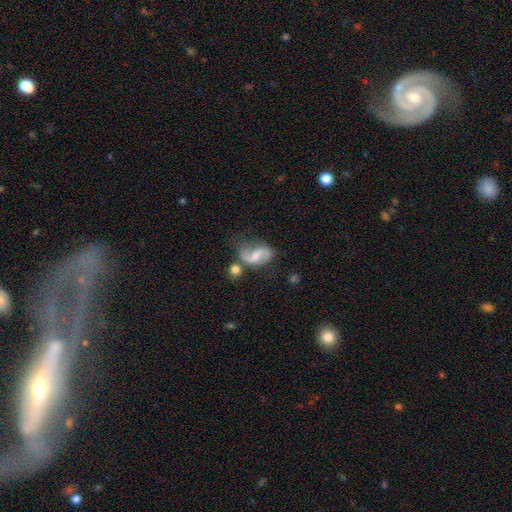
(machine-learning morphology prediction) Smooth or featured: featured or disk — 69% (smooth — 23%)
Edge-on disk: no — 97% (yes — 3%)
Bar: weak — 47% (no — 35%)
Spiral arms: yes — 90% (no — 10%)
Spiral winding: loose — 64% (medium — 28%)
Spiral arm count: 2 — 86% (1 — 7%)
Bulge size: small — 39% (moderate — 38%)
Merging: none — 45% (minor disturbance — 23%)